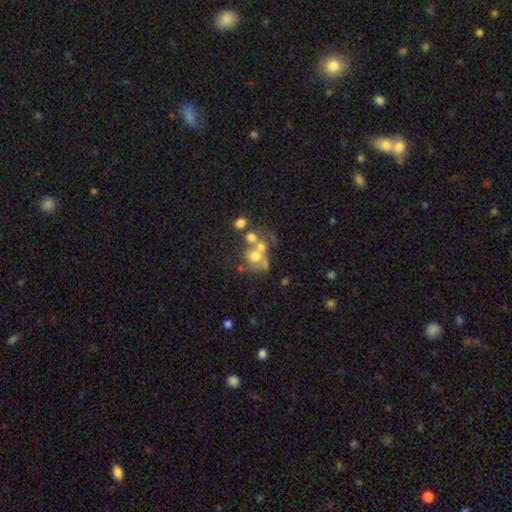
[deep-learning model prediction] Overall: smooth (42%; featured or disk 37%). Merging: merger (46%; none 33%).